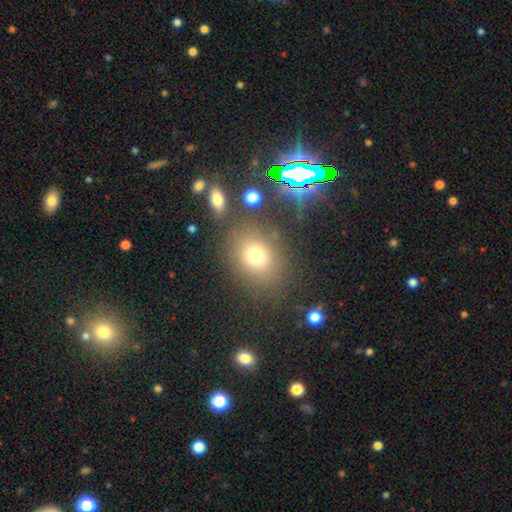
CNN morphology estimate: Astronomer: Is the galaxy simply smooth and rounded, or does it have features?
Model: smooth — 71%.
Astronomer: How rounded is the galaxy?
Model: round — 55% (runner-up: in between, 44%).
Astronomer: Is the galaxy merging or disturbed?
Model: none — 76%.